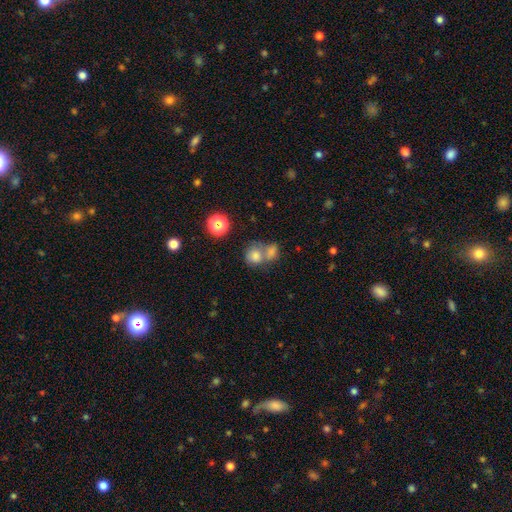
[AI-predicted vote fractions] A smooth galaxy with no disk features (77%) that is round (70%).

Vote fractions:
- Smooth or featured? smooth: 77% / star or artifact: 12% / featured or disk: 11%
- How rounded? round: 70% / in between: 29% / cigar-shaped: 1%
- Merging? merger: 53% / none: 34% / minor disturbance: 9% / major disturbance: 5%